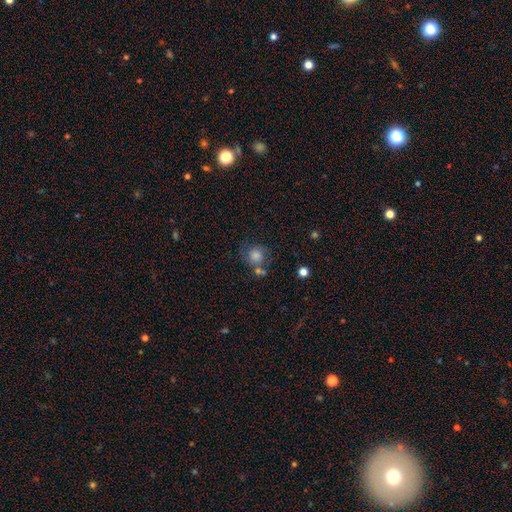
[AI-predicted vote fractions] This appears to be a smooth galaxy with no disk features (66%) that is round (86%). Merging: none (59%).